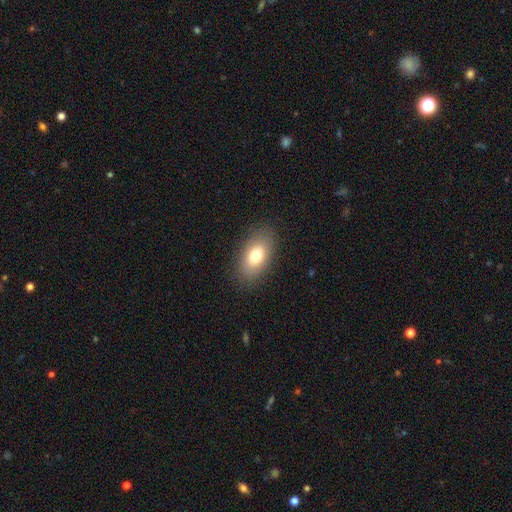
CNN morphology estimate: Overall: smooth (76%). How rounded: in between (90%). Merging: none (86%).